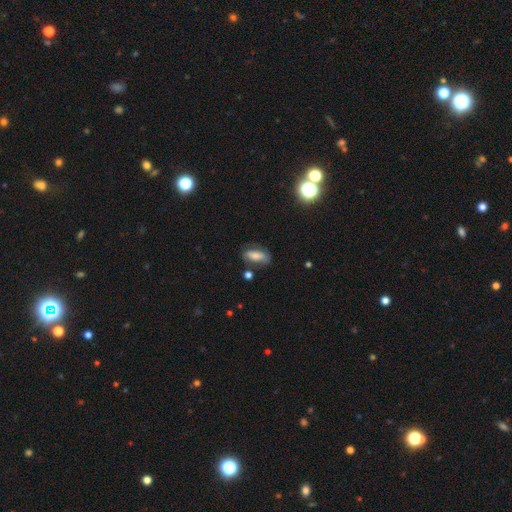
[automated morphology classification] smooth_or_featured: smooth (p=0.55) [alt: featured or disk p=0.35]
how_rounded: in between (p=0.82) [alt: cigar-shaped p=0.13]
merging: none (p=0.63) [alt: minor disturbance p=0.23]